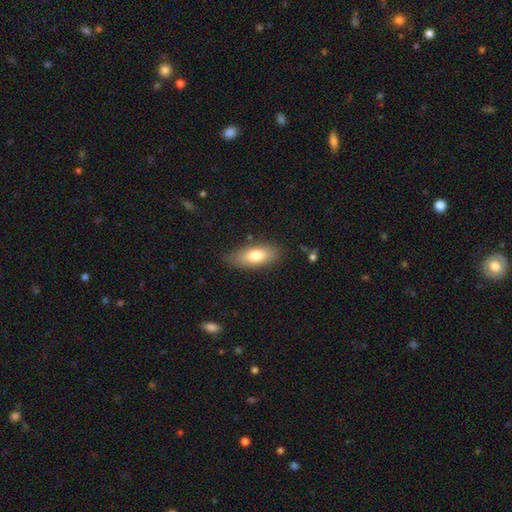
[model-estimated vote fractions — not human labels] The model was most divided on "smooth or featured": smooth: 76%, featured or disk: 17%, star or artifact: 7%. More confident: how rounded — in between (79%); merging — none (78%).